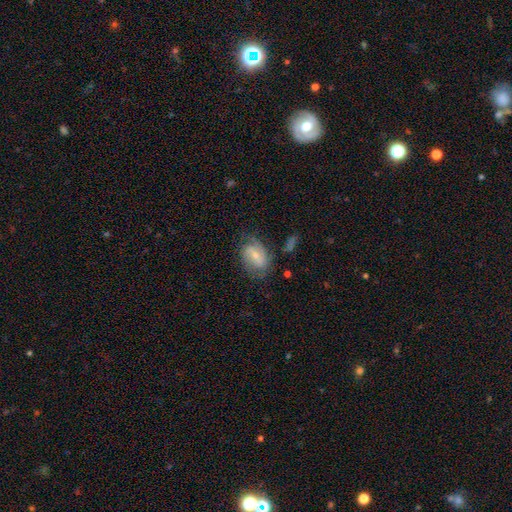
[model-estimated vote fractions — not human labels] Morphology: type=featured or disk (54%); edge-on=no (96%); bar=weak (49%); spiral arms=yes (81%); bulge=small (55%); merging=none (60%).